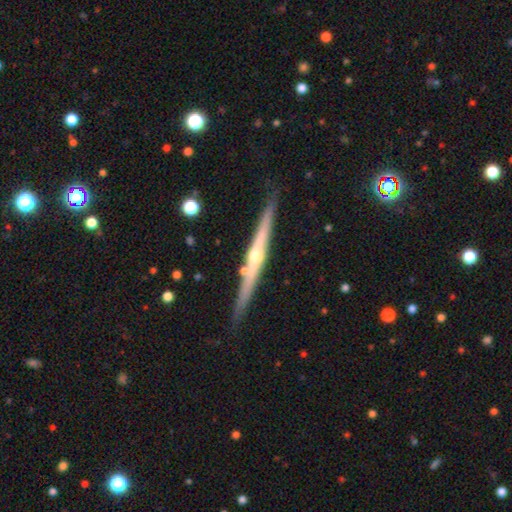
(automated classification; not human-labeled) featured or disk 79%, smooth 16%, star or artifact 6%. Down the decision tree: edge-on disk — yes (98%); edge-on bulge — rounded (81%); merging — none (84%).